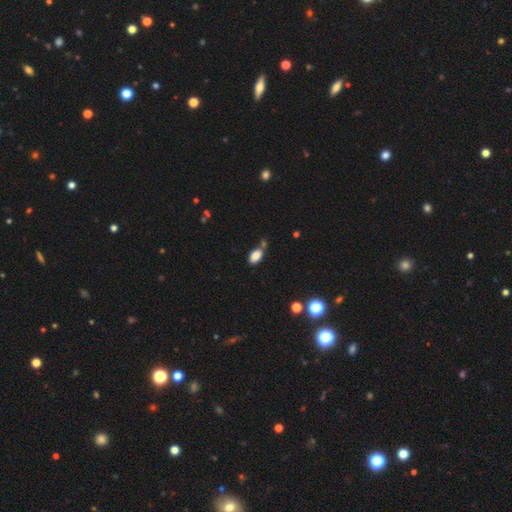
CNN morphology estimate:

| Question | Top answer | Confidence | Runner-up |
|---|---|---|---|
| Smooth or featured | smooth | 85% | star or artifact (9%) |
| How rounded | in between | 92% | round (6%) |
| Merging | none | 60% | merger (18%) |